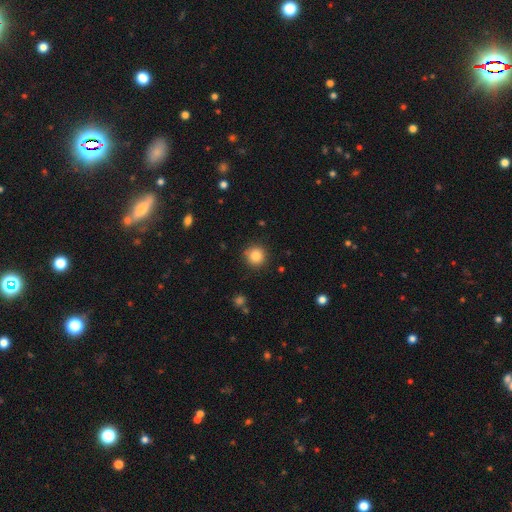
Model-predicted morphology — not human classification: Smooth or featured? Predicted: smooth (p=0.84). How rounded? Predicted: round (p=0.94). Merging? Predicted: none (p=0.88).